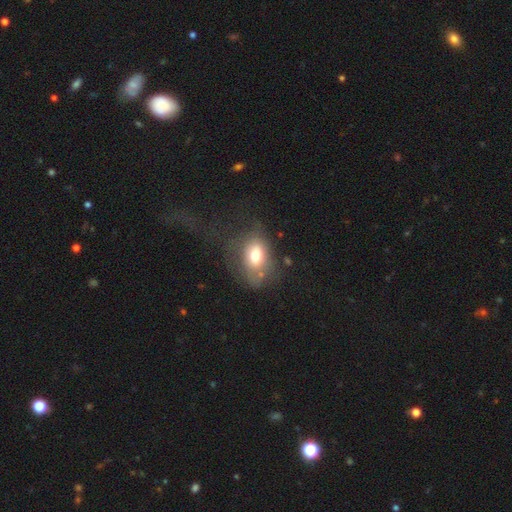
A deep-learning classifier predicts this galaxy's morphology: Smooth or featured? Predicted: smooth (p=0.70). How rounded? Predicted: in between (p=0.75). Merging? Predicted: none (p=0.42).